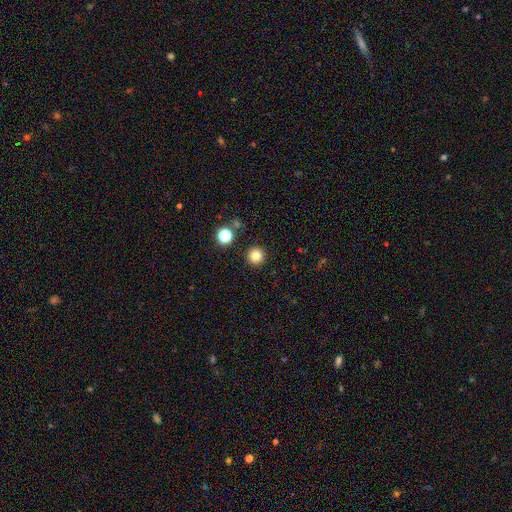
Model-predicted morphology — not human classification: Smooth or featured? smooth (81%)
How rounded? round (96%)
Merging? none (92%)